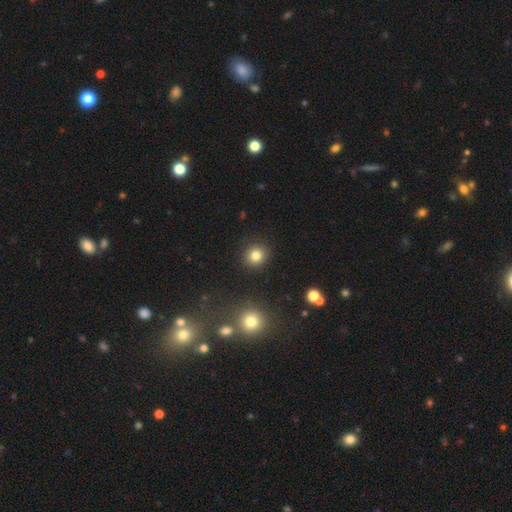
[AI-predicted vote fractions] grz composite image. It shows a smooth galaxy with no disk features (82%) that is round (87%). Merging: none (90%).